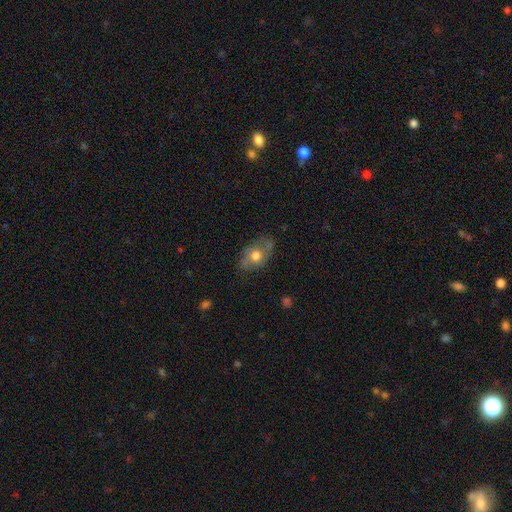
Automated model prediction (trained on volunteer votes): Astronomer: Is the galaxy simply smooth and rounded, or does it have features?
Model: smooth — 61%.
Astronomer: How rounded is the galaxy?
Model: in between — 79%.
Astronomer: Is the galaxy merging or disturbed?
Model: none — 68%.